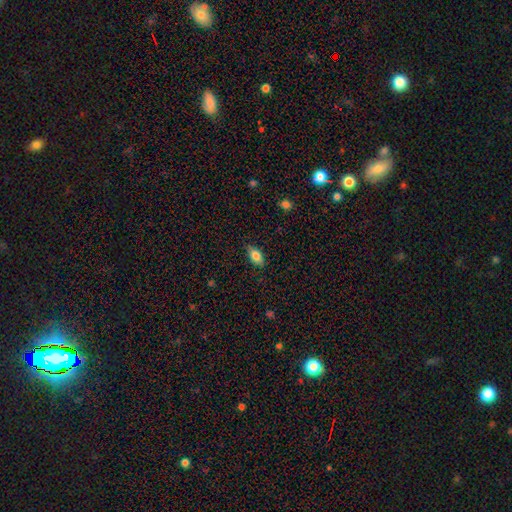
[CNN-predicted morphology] A smooth galaxy with no disk features (78%) that is in between round and cigar-shaped (86%).

Vote fractions:
- Smooth or featured? smooth: 78% / featured or disk: 15% / star or artifact: 8%
- How rounded? in between: 86% / cigar-shaped: 10% / round: 5%
- Merging? none: 82% / minor disturbance: 14% / major disturbance: 3% / merger: 1%